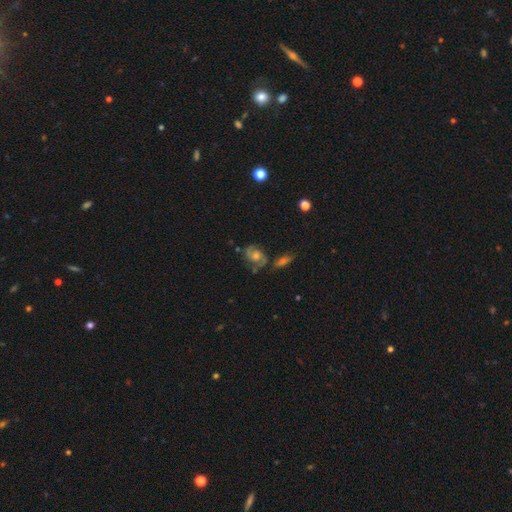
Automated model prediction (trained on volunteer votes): This appears to be a featured or disk galaxy (73%) with no bar (67%), 2 (83%) medium (50%) spiral arms (91%) and a moderate central bulge (62%). Merging: none (65%).